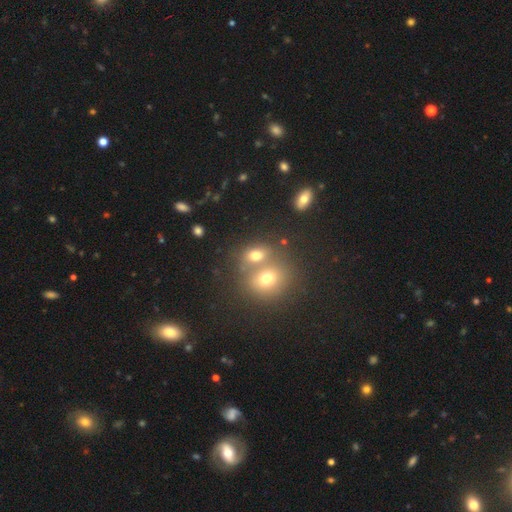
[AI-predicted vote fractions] Morphology: type=smooth (70%); roundness=round (49%, tied with in between); merging=merger (49%).